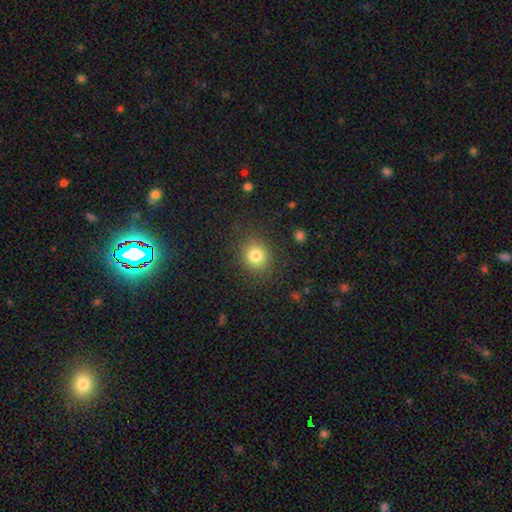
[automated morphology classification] Q: Smooth or featured?
A: smooth (81%); runner-up: star or artifact (12%)
Q: How rounded?
A: round (79%); runner-up: in between (20%)
Q: Merging?
A: none (86%); runner-up: minor disturbance (9%)